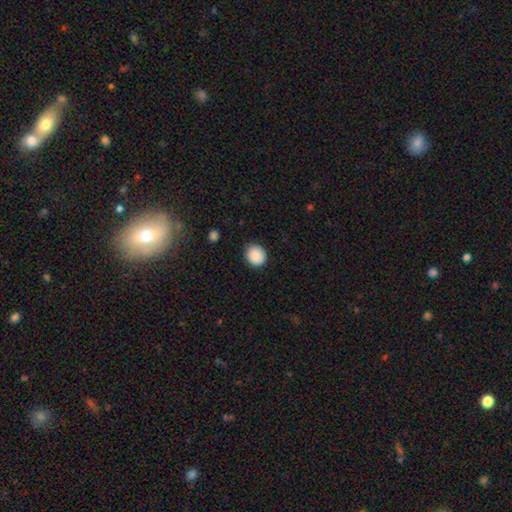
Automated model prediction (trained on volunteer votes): smooth 89%, star or artifact 8%, featured or disk 3%. Down the decision tree: how rounded — round (82%); merging — none (88%).